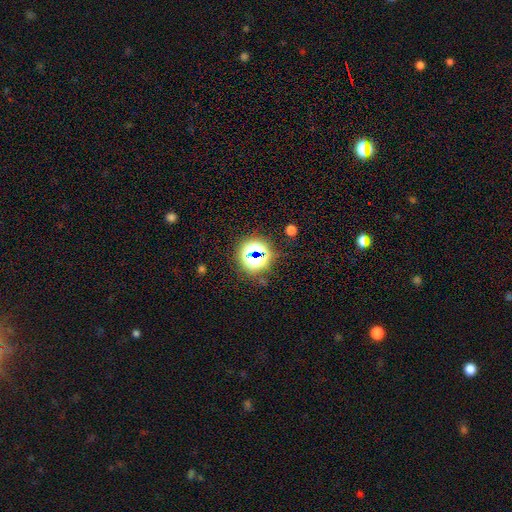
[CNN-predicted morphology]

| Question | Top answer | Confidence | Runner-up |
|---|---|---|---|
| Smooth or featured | star or artifact | 61% | smooth (28%) |